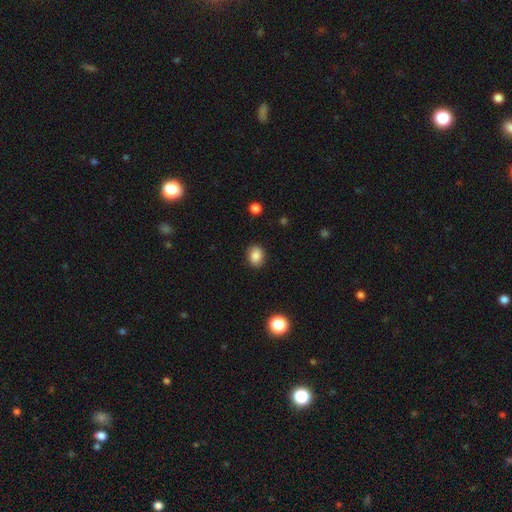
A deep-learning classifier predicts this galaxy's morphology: smooth-or-featured: smooth: 86% | star or artifact: 9% | featured or disk: 5%
  how-rounded: round: 53% | in between: 46% | cigar-shaped: 1%
  merging: none: 88% | minor disturbance: 9% | major disturbance: 2% | merger: 1%